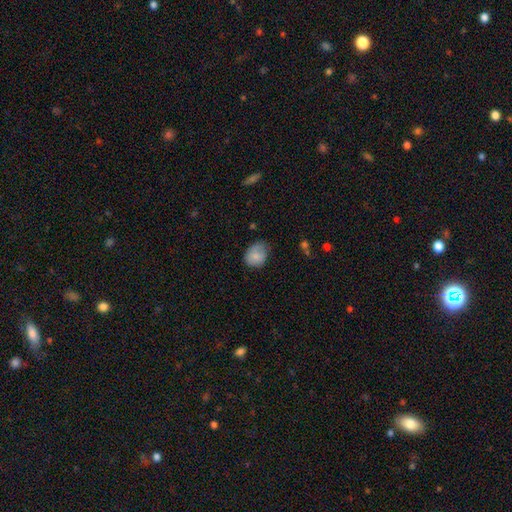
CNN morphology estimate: The model was most divided on "how rounded": in between: 53%, round: 46%, cigar-shaped: 1%. More confident: smooth or featured — smooth (81%); merging — none (50%).